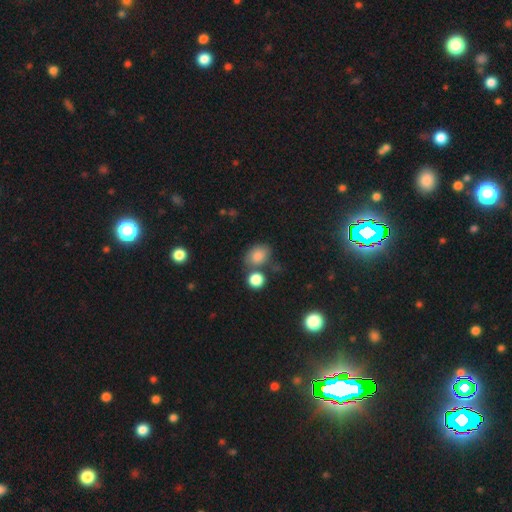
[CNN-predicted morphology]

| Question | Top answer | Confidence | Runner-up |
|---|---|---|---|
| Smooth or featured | smooth | 81% | star or artifact (10%) |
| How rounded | in between | 63% | round (35%) |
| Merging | none | 53% | merger (20%) |